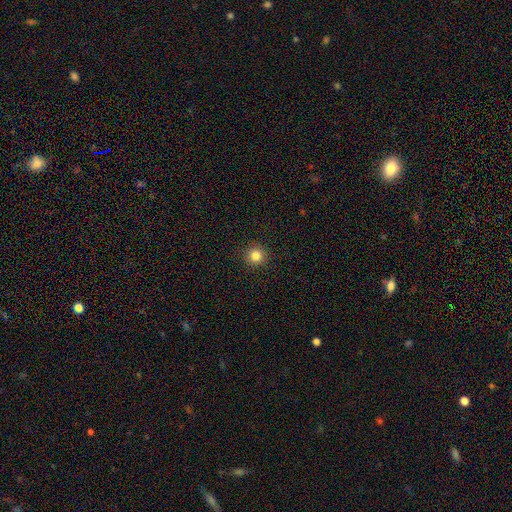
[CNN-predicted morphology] The model was most divided on "smooth or featured": smooth: 83%, star or artifact: 12%, featured or disk: 5%. More confident: how rounded — round (95%); merging — none (93%).